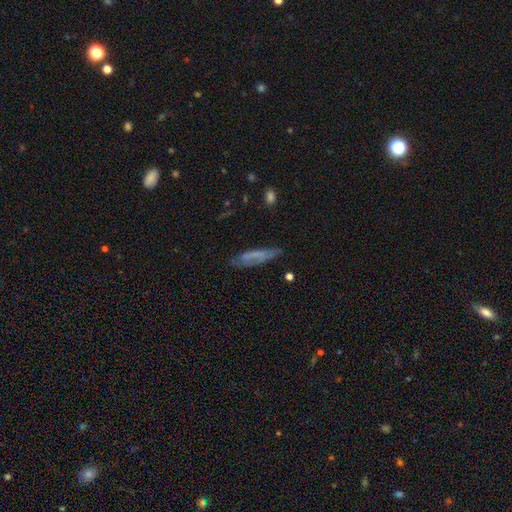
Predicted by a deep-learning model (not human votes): Overall: smooth (49%; featured or disk 41%). Merging: none (61%; minor disturbance 25%).